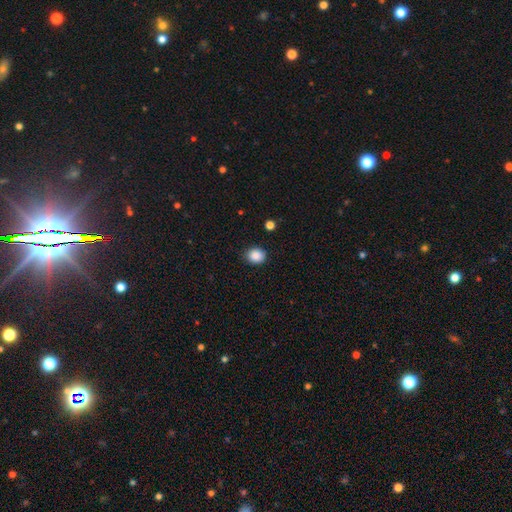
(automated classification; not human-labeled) Morphology: type=smooth (88%); roundness=round (71%); merging=none (87%).